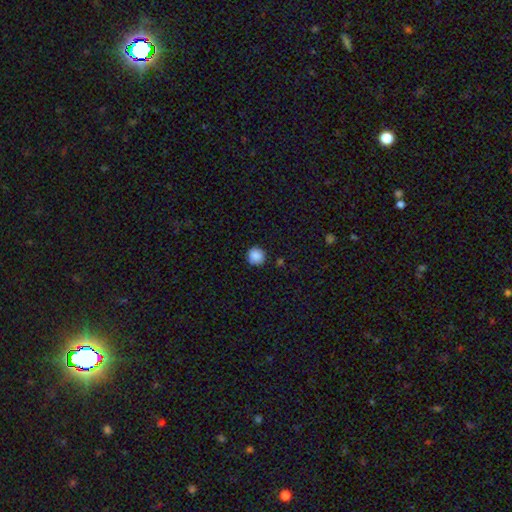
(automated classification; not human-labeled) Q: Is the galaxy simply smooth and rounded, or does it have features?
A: smooth — 87%.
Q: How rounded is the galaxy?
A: round — 94%.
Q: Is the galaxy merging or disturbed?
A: none — 88%.